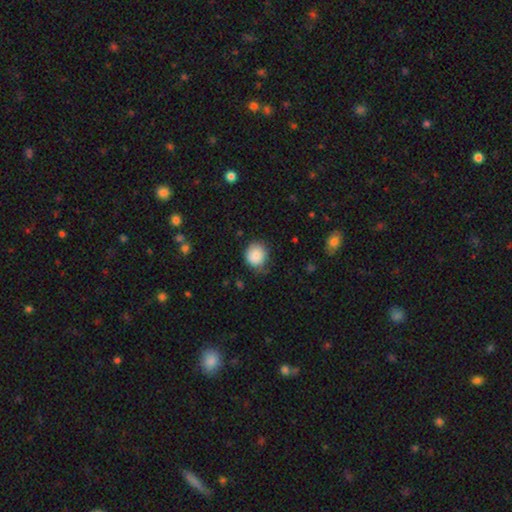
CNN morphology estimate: Smooth or featured? Predicted: smooth (p=0.86). How rounded? Predicted: round (p=0.83). Merging? Predicted: none (p=0.71).